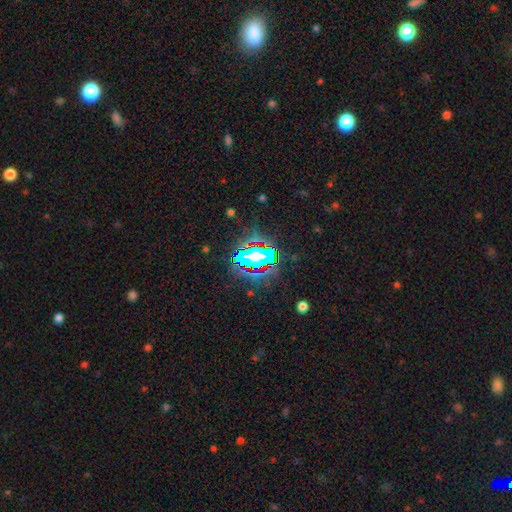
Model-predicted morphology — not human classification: Smooth or featured? Predicted: star or artifact (p=0.77).